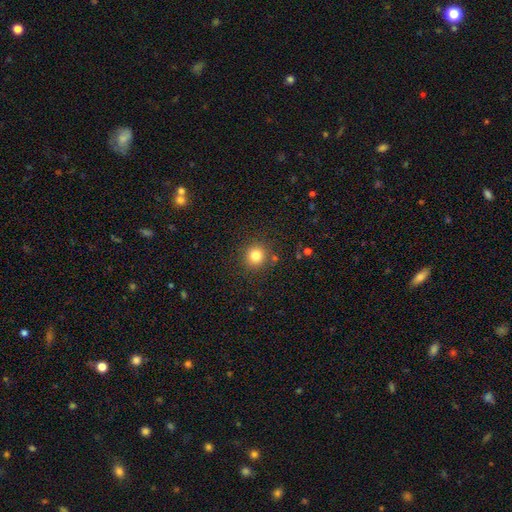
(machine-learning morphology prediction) The model was most divided on "smooth or featured": smooth: 81%, star or artifact: 13%, featured or disk: 6%. More confident: how rounded — round (92%); merging — none (87%).